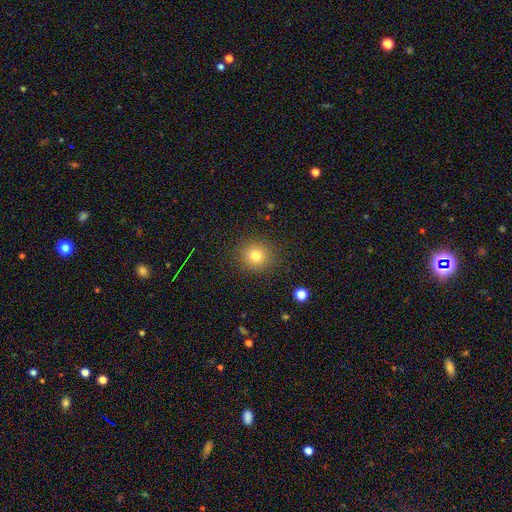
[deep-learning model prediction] smooth 78%, star or artifact 13%, featured or disk 8%. Down the decision tree: how rounded — round (90%); merging — none (89%).